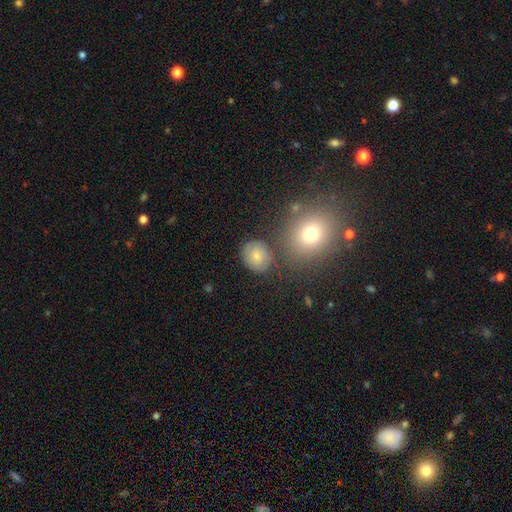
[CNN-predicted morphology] Smooth or featured: smooth — 74% (featured or disk — 16%)
How rounded: round — 66% (in between — 32%)
Merging: none — 78% (minor disturbance — 13%)